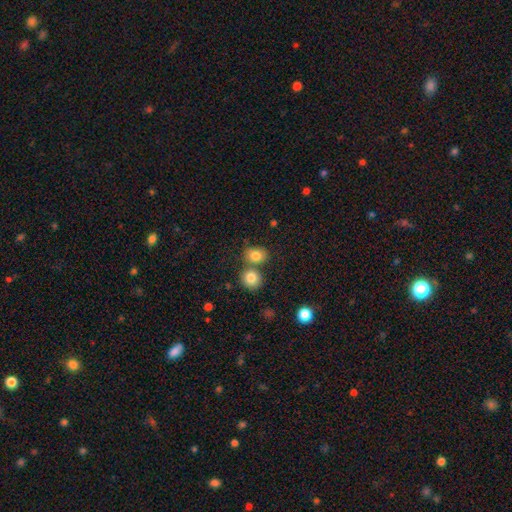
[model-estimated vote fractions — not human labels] Smooth or featured?
  - smooth: 81% *
  - star or artifact: 11%
  - featured or disk: 8%
How rounded?
  - round: 57% *
  - in between: 42%
  - cigar-shaped: 1%
Merging?
  - none: 55% *
  - merger: 32%
  - minor disturbance: 10%
  - major disturbance: 3%